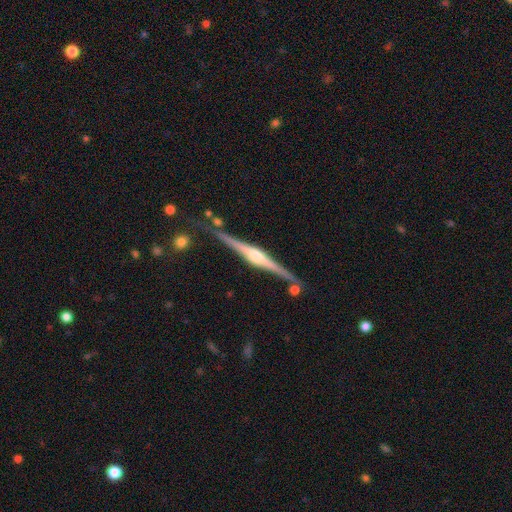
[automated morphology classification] Smooth or featured: featured or disk — 85% (smooth — 9%)
Edge-on disk: yes — 98% (no — 2%)
Edge-on bulge: rounded — 89% (boxy — 8%)
Merging: none — 82% (minor disturbance — 12%)